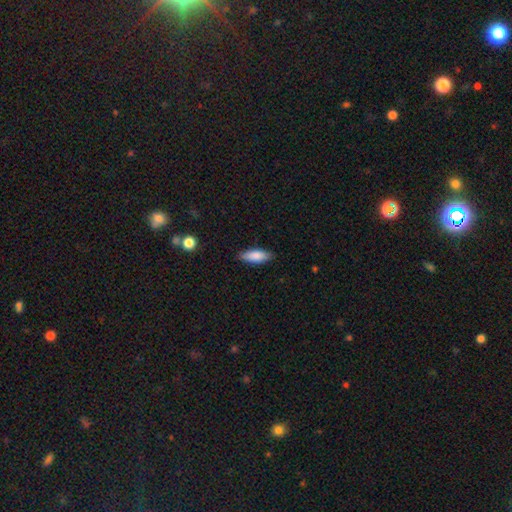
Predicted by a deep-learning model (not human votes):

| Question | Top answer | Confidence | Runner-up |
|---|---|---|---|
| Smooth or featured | smooth | 84% | featured or disk (10%) |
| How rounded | in between | 67% | cigar-shaped (31%) |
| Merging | none | 84% | minor disturbance (12%) |